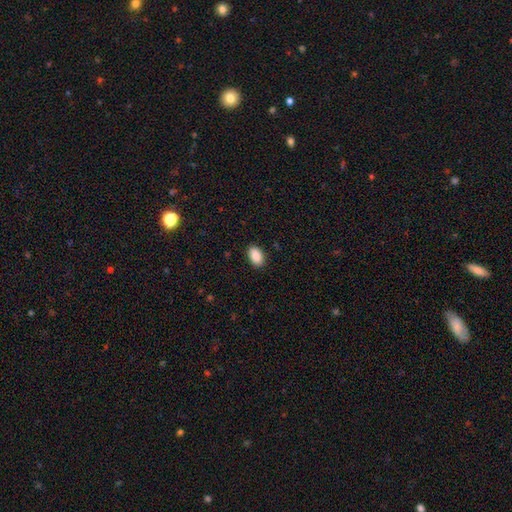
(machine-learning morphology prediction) type=smooth (90%); roundness=in between (91%); merging=none (89%).